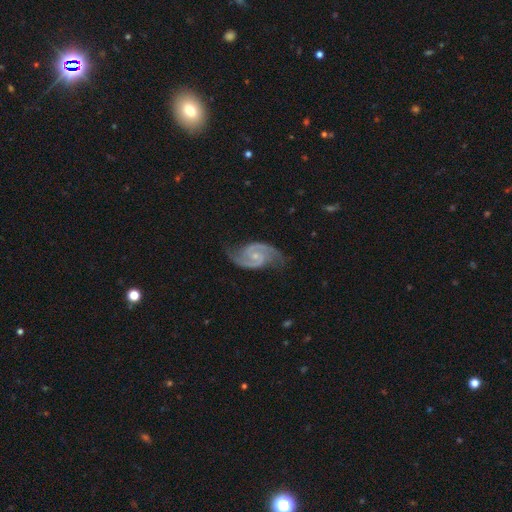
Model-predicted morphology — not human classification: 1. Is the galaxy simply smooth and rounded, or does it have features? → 92% featured or disk, 4% star or artifact, 4% smooth.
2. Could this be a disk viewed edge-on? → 98% no, 2% yes.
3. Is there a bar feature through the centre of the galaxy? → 51% no, 40% weak, 9% strong.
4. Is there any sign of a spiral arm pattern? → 98% yes, 2% no.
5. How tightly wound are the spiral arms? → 60% medium, 21% tight, 18% loose.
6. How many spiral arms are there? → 93% 2, 2% can't tell, 2% 3, 1% 1, 1% 4, 1% more than 4.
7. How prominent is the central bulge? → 66% small, 27% moderate, 5% none, 1% large, 1% dominant.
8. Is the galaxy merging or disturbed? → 77% none, 16% minor disturbance, 5% major disturbance, 1% merger.